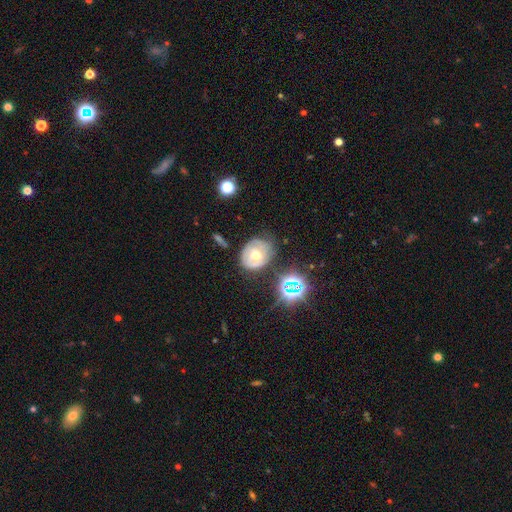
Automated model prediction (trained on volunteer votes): Smooth or featured? featured or disk (56%)
Edge-on disk? no (95%)
Bar? no (69%)
Spiral arms? yes (59%)
Bulge size? moderate (74%)
Merging? none (57%)